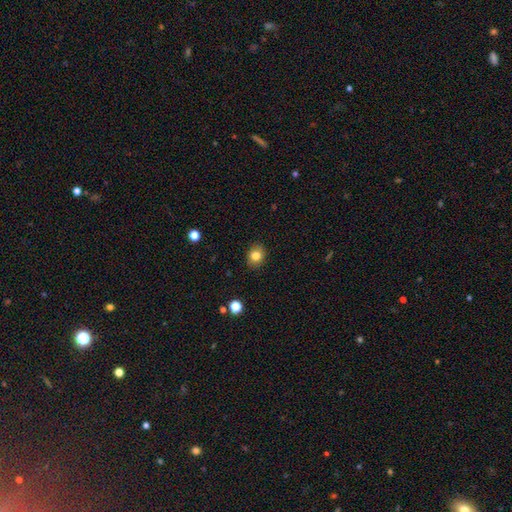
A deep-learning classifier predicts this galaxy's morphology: smooth 81%, star or artifact 11%, featured or disk 8%. Down the decision tree: how rounded — round (61%); merging — none (88%).